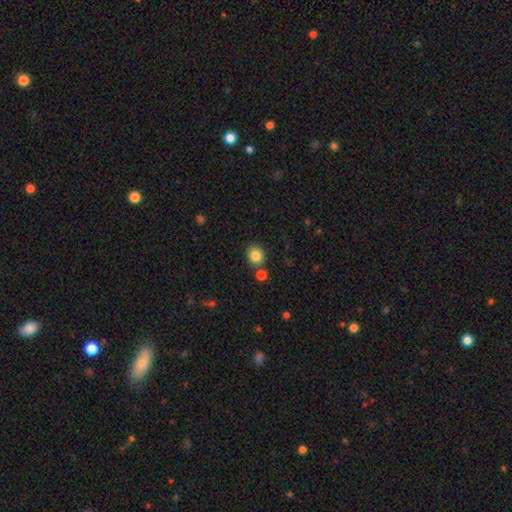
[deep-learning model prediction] smooth-or-featured: smooth: 85% | star or artifact: 10% | featured or disk: 5%
  how-rounded: round: 76% | in between: 23% | cigar-shaped: 1%
  merging: none: 81% | minor disturbance: 8% | merger: 8% | major disturbance: 3%